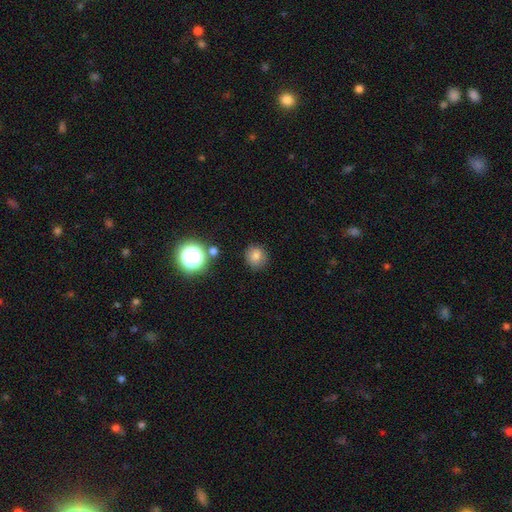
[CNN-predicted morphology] smooth-or-featured: smooth: 78% | star or artifact: 14% | featured or disk: 7%
  how-rounded: round: 87% | in between: 12% | cigar-shaped: 1%
  merging: none: 85% | minor disturbance: 10% | major disturbance: 3% | merger: 3%